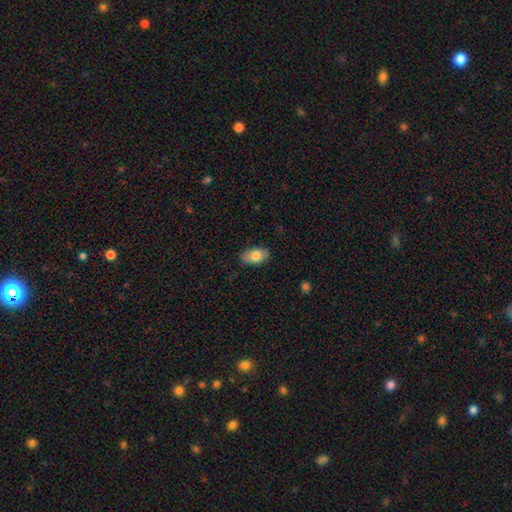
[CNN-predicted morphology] Smooth or featured: smooth — 78% (featured or disk — 15%)
How rounded: in between — 92% (round — 6%)
Merging: none — 85% (minor disturbance — 11%)